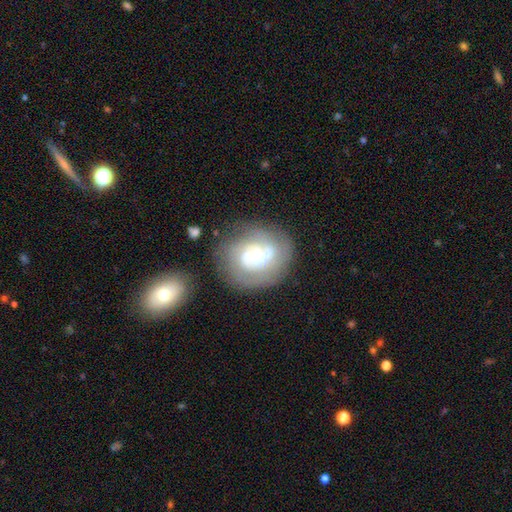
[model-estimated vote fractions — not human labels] Morphology: type=featured or disk (73%); edge-on=no (98%); bar=no (72%); spiral arms=yes (81%); winding=tight (55%); arm count=2 (44%); bulge=small (60%); merging=none (60%).